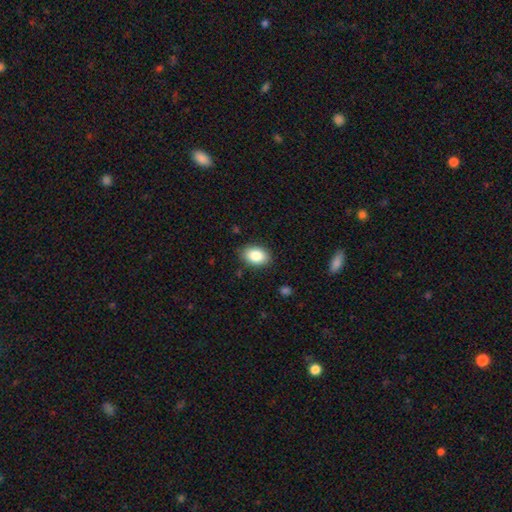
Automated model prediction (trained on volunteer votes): This appears to be a smooth galaxy with no disk features (86%) that is in between round and cigar-shaped (86%). Merging: none (86%).